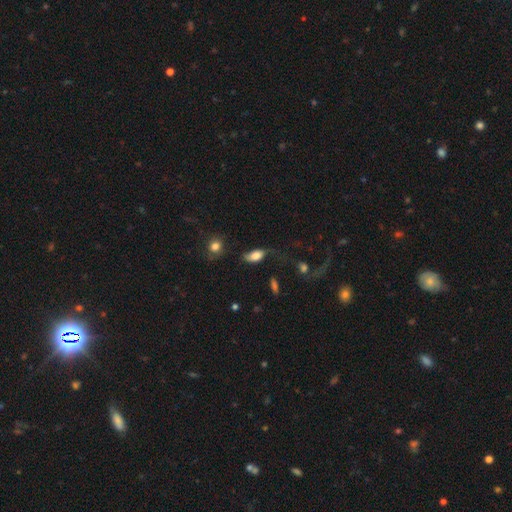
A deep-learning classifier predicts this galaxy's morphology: This appears to be a smooth galaxy with no disk features (72%) that is in between round and cigar-shaped (88%). Merging: none (43%).